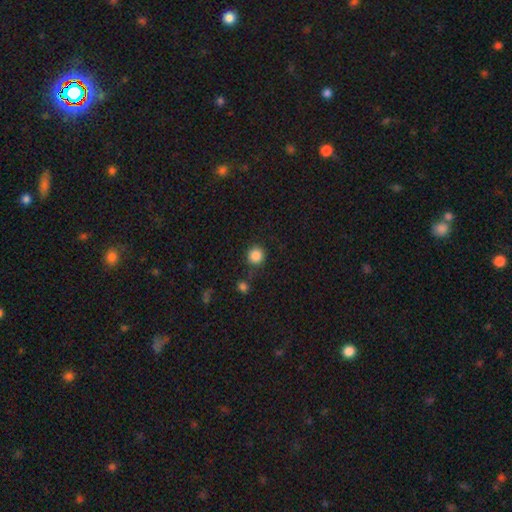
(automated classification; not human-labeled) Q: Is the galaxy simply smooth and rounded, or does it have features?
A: smooth — 86%.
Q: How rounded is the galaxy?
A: round — 92%.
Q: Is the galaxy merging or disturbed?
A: none — 83%.